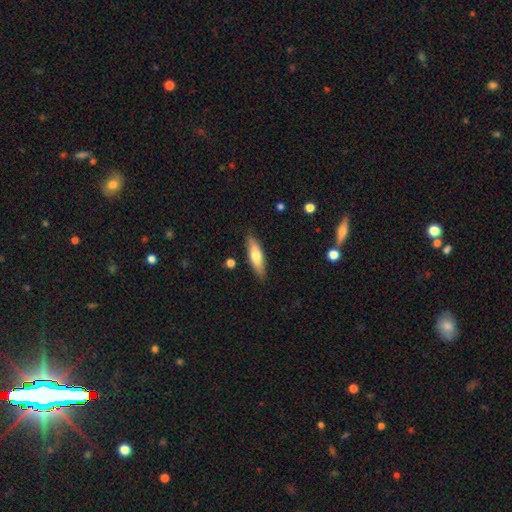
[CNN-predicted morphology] This appears to be a smooth galaxy with no disk features (66%) that is cigar-shaped (57%). Merging: none (85%).